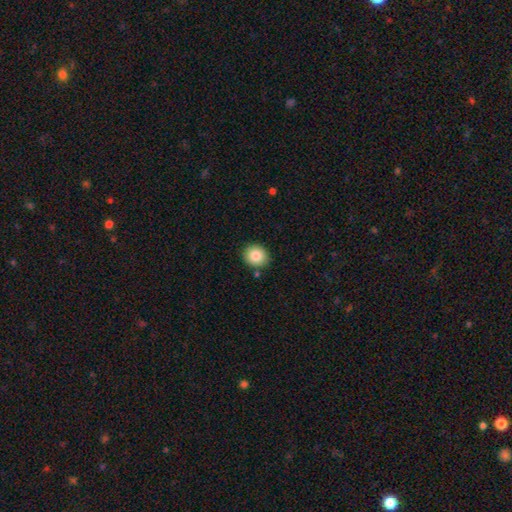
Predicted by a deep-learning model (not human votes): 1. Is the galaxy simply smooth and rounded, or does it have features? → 85% smooth, 9% star or artifact, 6% featured or disk.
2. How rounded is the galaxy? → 80% round, 19% in between, 1% cigar-shaped.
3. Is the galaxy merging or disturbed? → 86% none, 9% minor disturbance, 3% merger, 2% major disturbance.